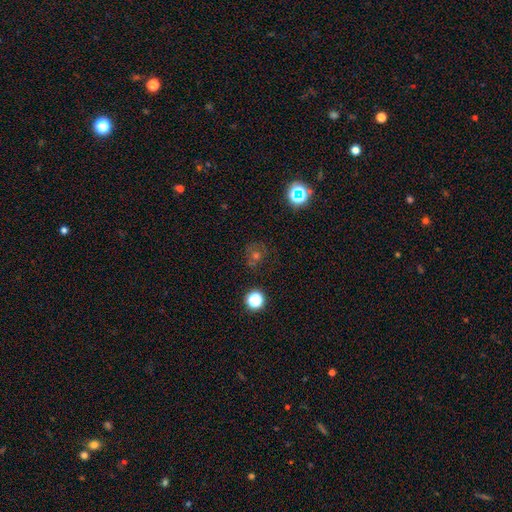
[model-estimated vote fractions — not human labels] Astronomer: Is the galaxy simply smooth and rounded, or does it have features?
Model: smooth — 44% (runner-up: star or artifact, 40%).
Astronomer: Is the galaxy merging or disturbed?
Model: none — 77%.